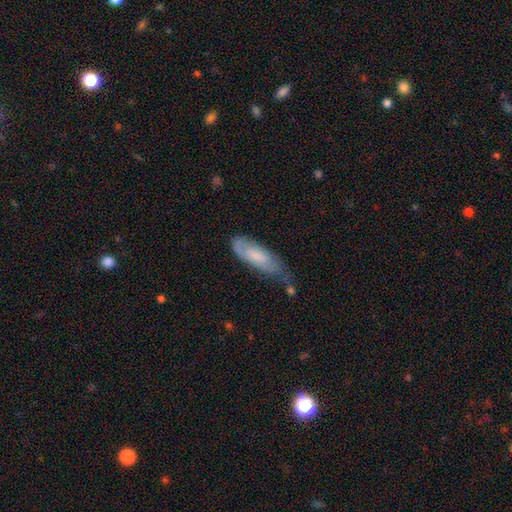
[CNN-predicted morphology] Smooth or featured? Predicted: smooth (p=0.59). How rounded? Predicted: in between (p=0.58). Merging? Predicted: minor disturbance (p=0.39, tied with none).